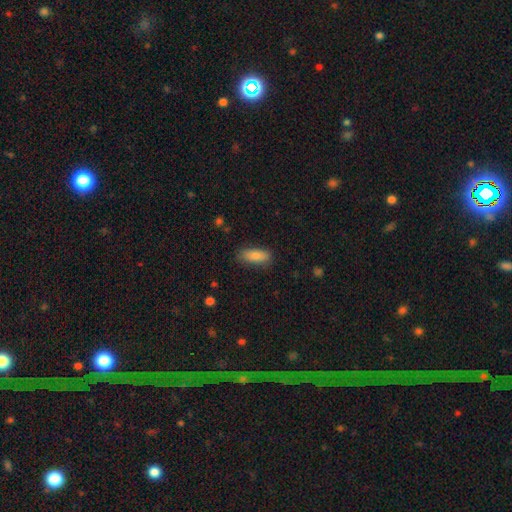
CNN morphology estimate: type=smooth (83%); roundness=in between (73%); merging=none (82%).